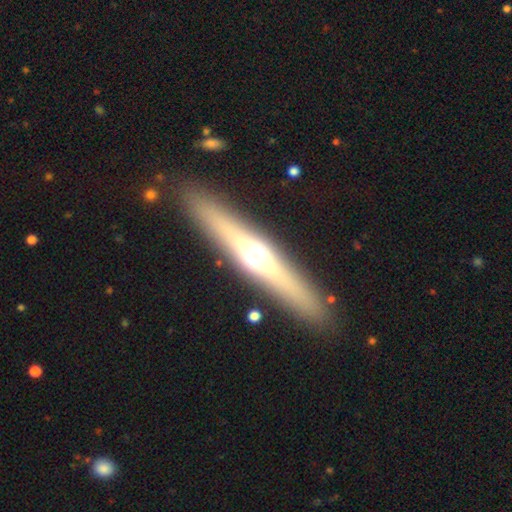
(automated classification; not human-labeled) smooth_or_featured: featured or disk (p=0.59) [alt: smooth p=0.33]
disk_edge_on: yes (p=0.93) [alt: no p=0.07]
edge_on_bulge: rounded (p=0.91) [alt: none p=0.05]
merging: none (p=0.89) [alt: minor disturbance p=0.07]